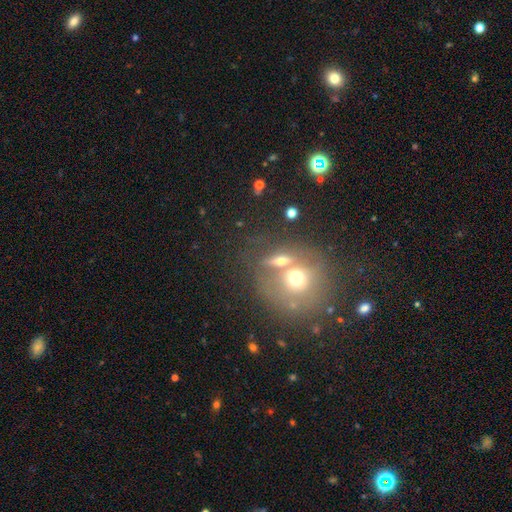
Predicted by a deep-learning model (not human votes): smooth-or-featured: smooth: 49% | star or artifact: 31% | featured or disk: 20%
  merging: none: 48% | merger: 35% | minor disturbance: 10% | major disturbance: 7%